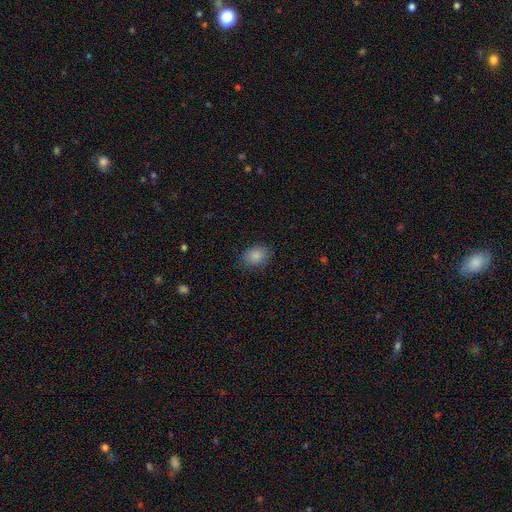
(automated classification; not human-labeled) Smooth or featured: smooth — 86% (star or artifact — 9%)
How rounded: in between — 66% (round — 33%)
Merging: none — 83% (minor disturbance — 13%)